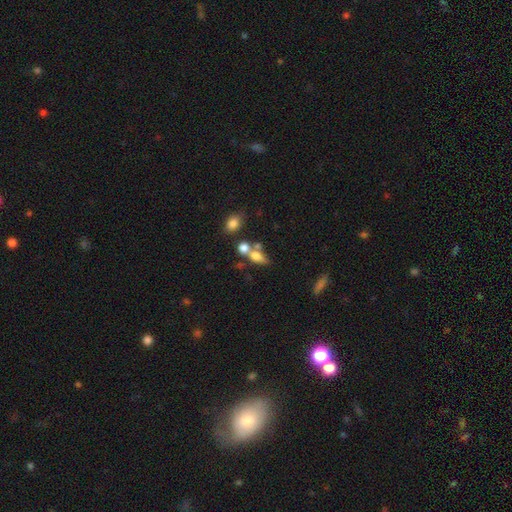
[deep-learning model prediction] Smooth or featured?
  - smooth: 69% *
  - featured or disk: 19%
  - star or artifact: 12%
How rounded?
  - in between: 65% *
  - round: 23%
  - cigar-shaped: 12%
Merging?
  - merger: 43% *
  - none: 38%
  - minor disturbance: 12%
  - major disturbance: 7%